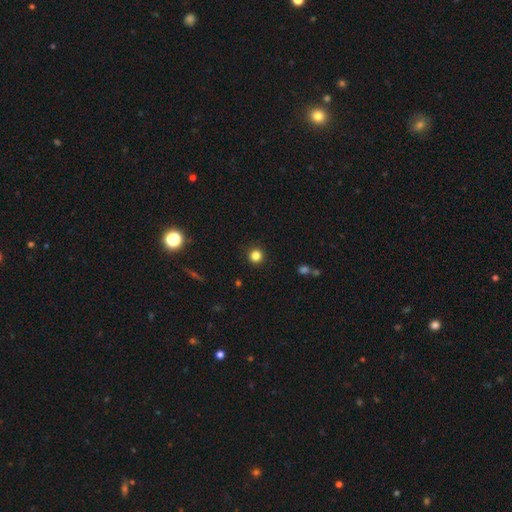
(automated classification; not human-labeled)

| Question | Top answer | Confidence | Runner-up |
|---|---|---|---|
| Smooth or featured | smooth | 83% | star or artifact (13%) |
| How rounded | round | 95% | in between (4%) |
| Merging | none | 92% | minor disturbance (5%) |